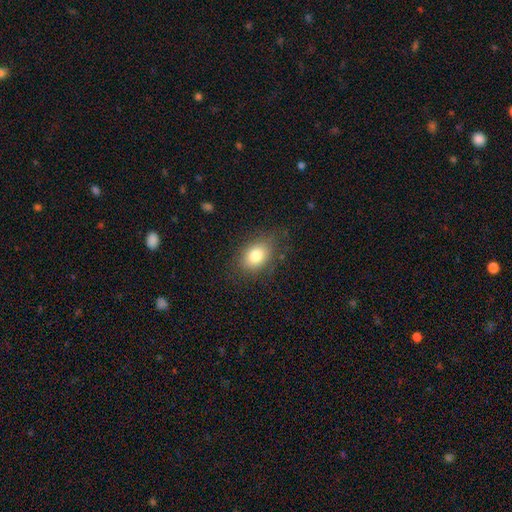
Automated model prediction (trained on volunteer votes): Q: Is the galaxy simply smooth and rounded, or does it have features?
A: smooth — 80%.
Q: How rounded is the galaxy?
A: in between — 73%.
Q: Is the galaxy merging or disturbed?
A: none — 77%.